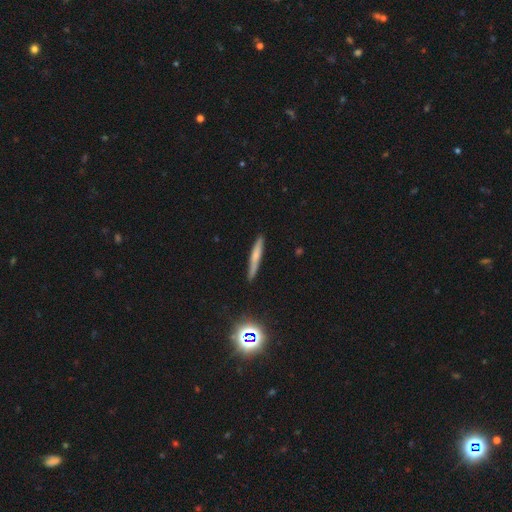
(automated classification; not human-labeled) Smooth or featured? Predicted: smooth (p=0.57). How rounded? Predicted: cigar-shaped (p=0.94). Merging? Predicted: none (p=0.85).